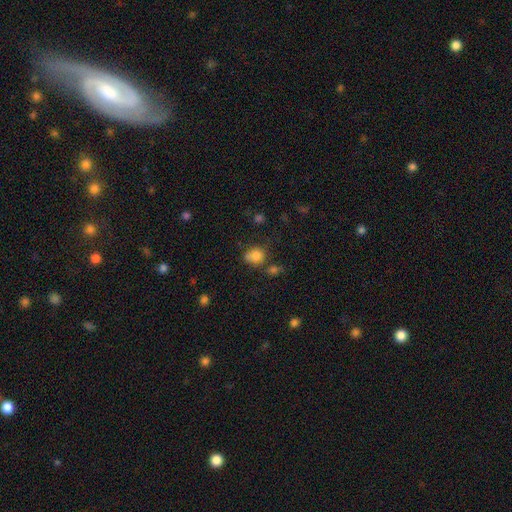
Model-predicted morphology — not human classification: smooth 81%, star or artifact 12%, featured or disk 7%. Down the decision tree: how rounded — round (52%); merging — none (55%).